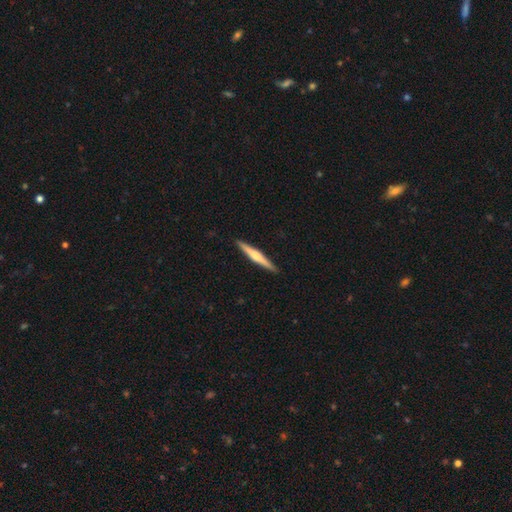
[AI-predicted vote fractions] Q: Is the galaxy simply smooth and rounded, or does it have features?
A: featured or disk — 60%.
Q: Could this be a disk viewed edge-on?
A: yes — 98%.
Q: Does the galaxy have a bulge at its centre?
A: rounded — 76%.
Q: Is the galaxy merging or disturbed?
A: none — 92%.